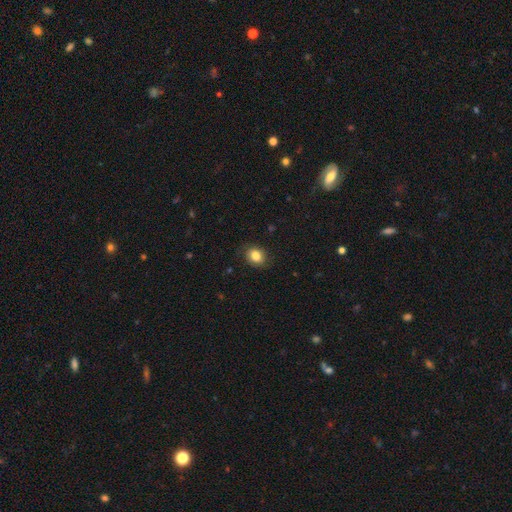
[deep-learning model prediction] smooth 85%, star or artifact 9%, featured or disk 6%. Down the decision tree: how rounded — in between (54%); merging — none (85%).